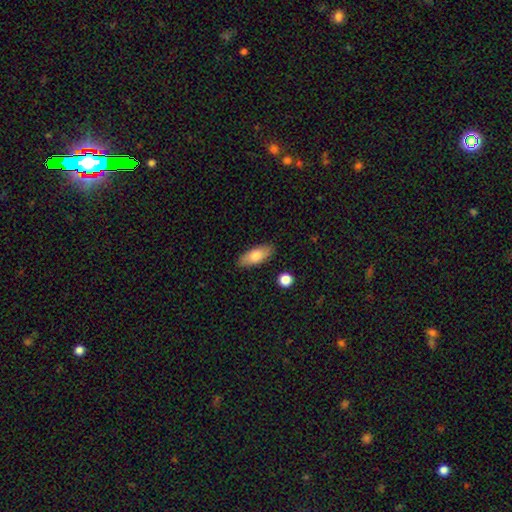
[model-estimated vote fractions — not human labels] Smooth or featured?
  - smooth: 77% *
  - featured or disk: 16%
  - star or artifact: 6%
How rounded?
  - in between: 82% *
  - cigar-shaped: 15%
  - round: 3%
Merging?
  - none: 87% *
  - minor disturbance: 10%
  - major disturbance: 2%
  - merger: 2%